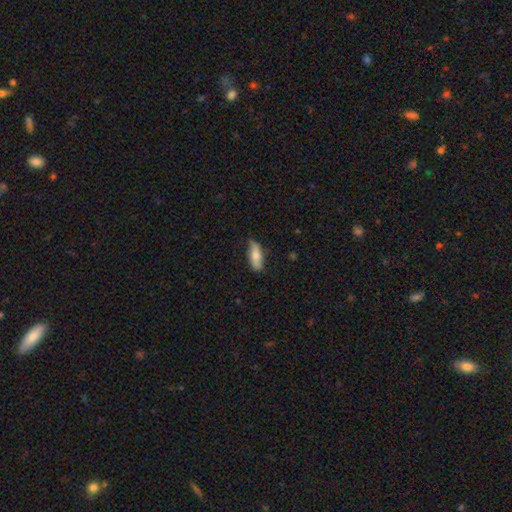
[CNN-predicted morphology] Smooth or featured? Predicted: smooth (p=0.72). How rounded? Predicted: in between (p=0.67). Merging? Predicted: none (p=0.72).